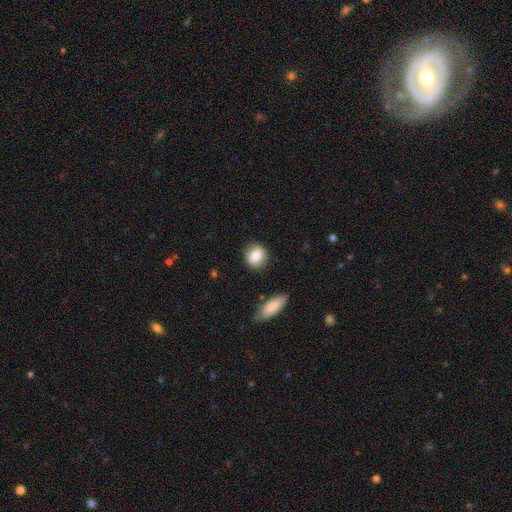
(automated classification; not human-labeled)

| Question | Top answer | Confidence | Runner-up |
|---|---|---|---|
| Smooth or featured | smooth | 82% | featured or disk (10%) |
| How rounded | round | 68% | in between (30%) |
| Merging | none | 86% | minor disturbance (9%) |